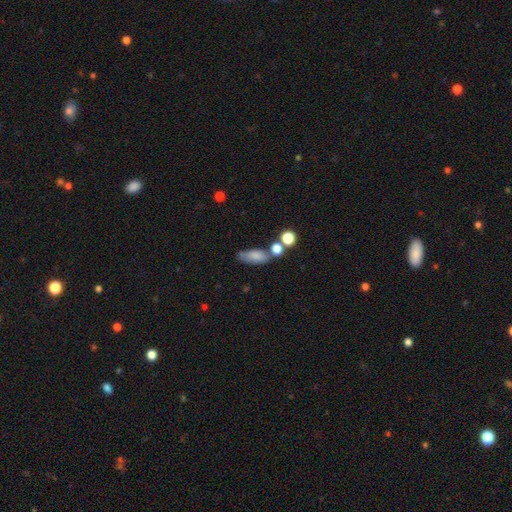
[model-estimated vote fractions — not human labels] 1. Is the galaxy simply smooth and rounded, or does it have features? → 77% smooth, 13% featured or disk, 10% star or artifact.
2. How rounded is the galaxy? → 74% in between, 19% cigar-shaped, 6% round.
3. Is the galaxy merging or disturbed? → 53% none, 20% merger, 19% minor disturbance, 8% major disturbance.